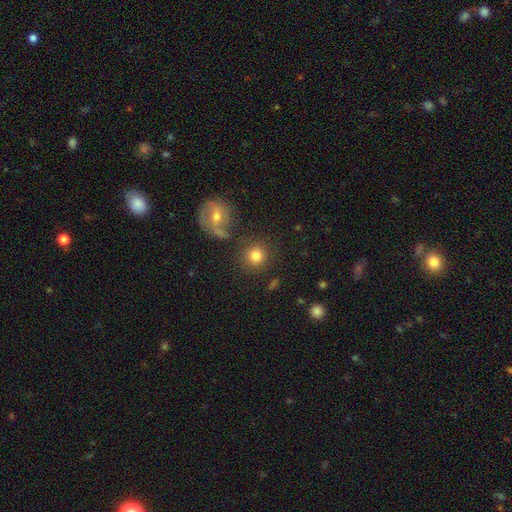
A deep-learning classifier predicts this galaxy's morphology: Smooth or featured? smooth (81%)
How rounded? round (91%)
Merging? none (80%)